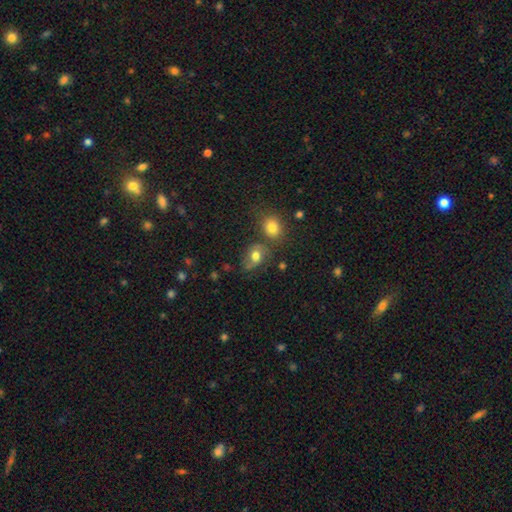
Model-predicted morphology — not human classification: A smooth galaxy with no disk features (68%) that is in between round and cigar-shaped (54%). Merging: none (50%).